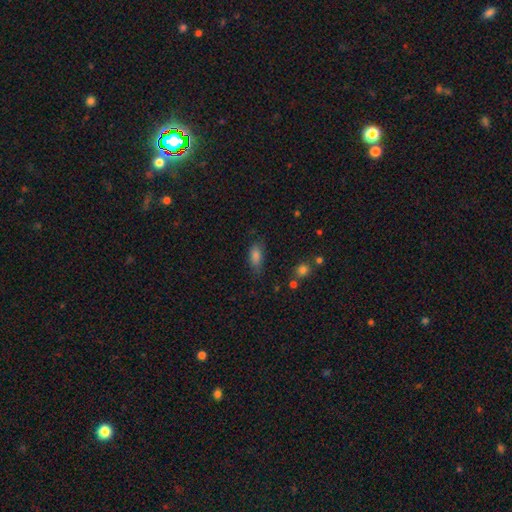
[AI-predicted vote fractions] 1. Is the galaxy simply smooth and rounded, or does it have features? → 79% smooth, 12% star or artifact, 8% featured or disk.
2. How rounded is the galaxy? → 82% in between, 13% cigar-shaped, 5% round.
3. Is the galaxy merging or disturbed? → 67% none, 23% minor disturbance, 7% major disturbance, 3% merger.